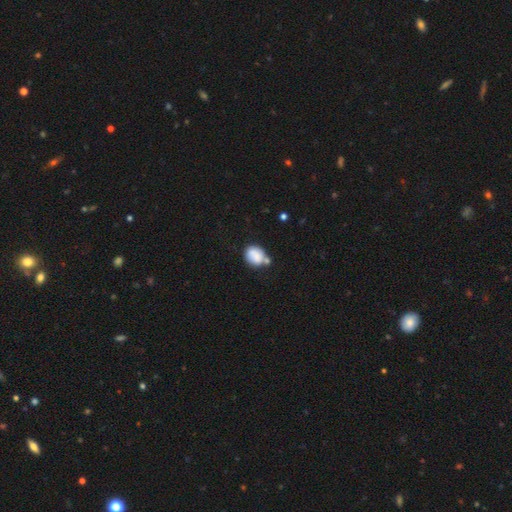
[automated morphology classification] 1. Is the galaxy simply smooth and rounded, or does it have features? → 81% smooth, 11% featured or disk, 8% star or artifact.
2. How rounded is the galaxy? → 57% round, 42% in between, 1% cigar-shaped.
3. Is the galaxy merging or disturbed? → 44% none, 30% merger, 20% minor disturbance, 6% major disturbance.